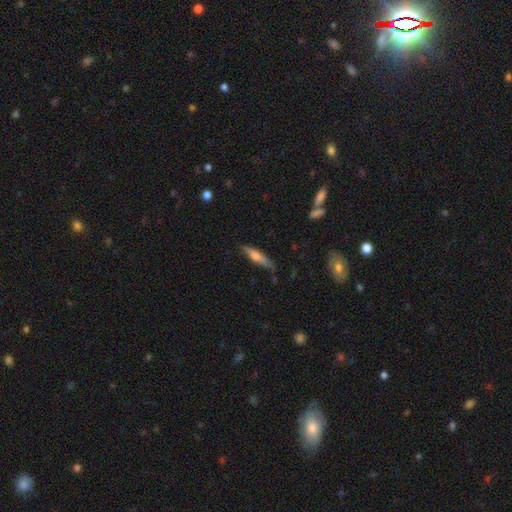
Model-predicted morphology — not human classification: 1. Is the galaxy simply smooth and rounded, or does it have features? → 53% smooth, 40% featured or disk, 6% star or artifact.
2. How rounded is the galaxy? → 79% cigar-shaped, 19% in between, 2% round.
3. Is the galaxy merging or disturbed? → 74% none, 20% minor disturbance, 4% major disturbance, 2% merger.